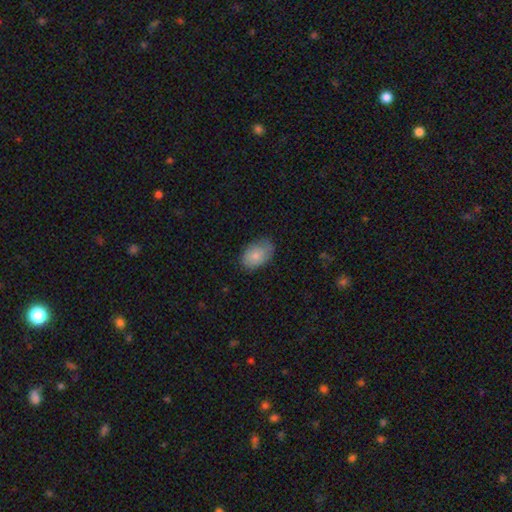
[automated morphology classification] The model was most divided on "merging": none: 71%, minor disturbance: 23%, major disturbance: 5%, merger: 1%. More confident: how rounded — in between (87%); smooth or featured — smooth (80%).